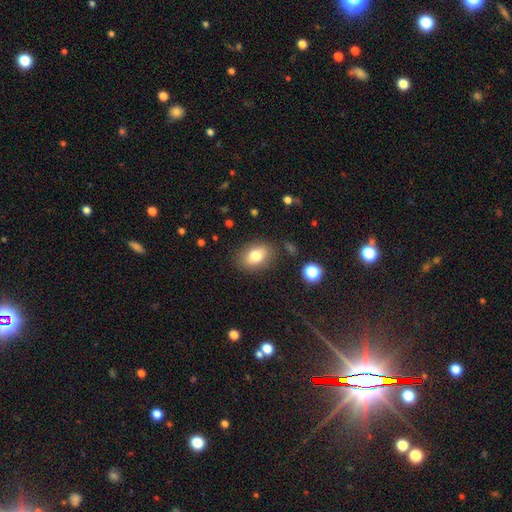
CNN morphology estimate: Smooth or featured? smooth (79%)
How rounded? in between (77%)
Merging? none (83%)